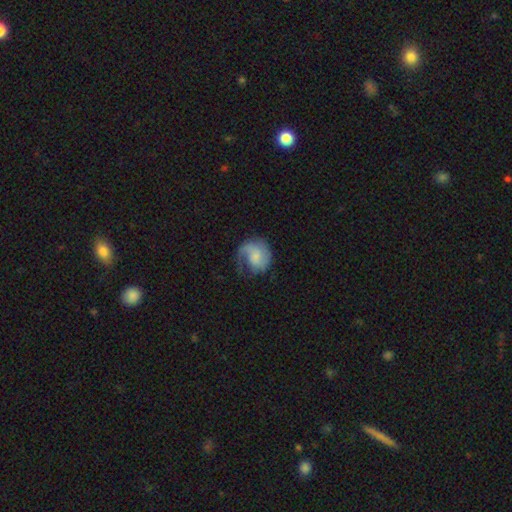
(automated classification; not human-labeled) smooth_or_featured: featured or disk (p=0.57) [alt: smooth p=0.36]
disk_edge_on: no (p=0.98) [alt: yes p=0.02]
bar: no (p=0.62) [alt: weak p=0.33]
has_spiral_arms: yes (p=0.87) [alt: no p=0.13]
bulge_size: small (p=0.37) [alt: none p=0.28]
merging: none (p=0.46) [alt: major disturbance p=0.28]